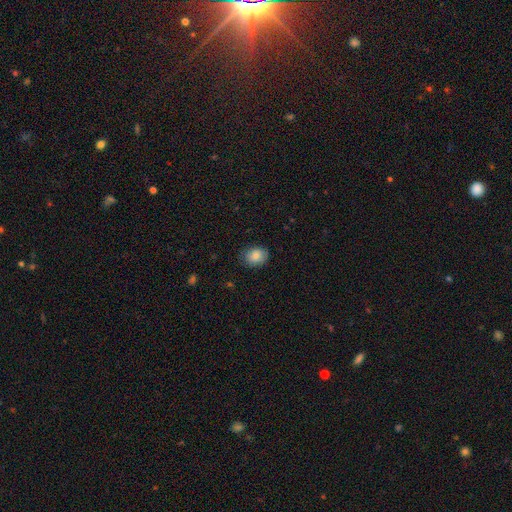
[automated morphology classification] Smooth or featured?
  - smooth: 85% *
  - star or artifact: 8%
  - featured or disk: 7%
How rounded?
  - in between: 55% *
  - round: 44%
  - cigar-shaped: 1%
Merging?
  - none: 80% *
  - minor disturbance: 16%
  - major disturbance: 3%
  - merger: 1%